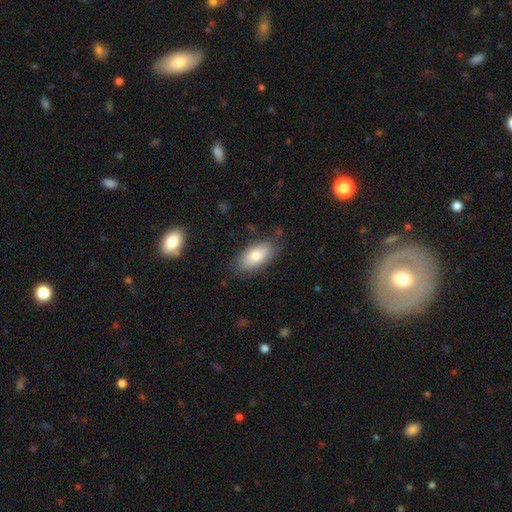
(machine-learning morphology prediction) smooth 79%, featured or disk 14%, star or artifact 7%. Down the decision tree: how rounded — in between (93%); merging — none (76%).